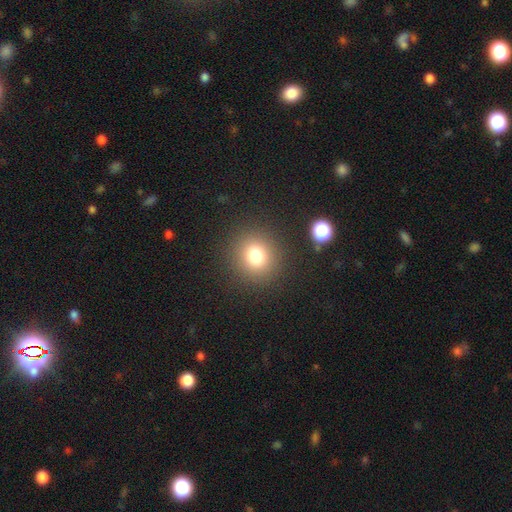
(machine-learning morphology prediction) A smooth galaxy with no disk features (76%) that is round (86%).

Vote fractions:
- Smooth or featured? smooth: 76% / star or artifact: 16% / featured or disk: 9%
- How rounded? round: 86% / in between: 13% / cigar-shaped: 1%
- Merging? none: 88% / minor disturbance: 7% / major disturbance: 3% / merger: 2%